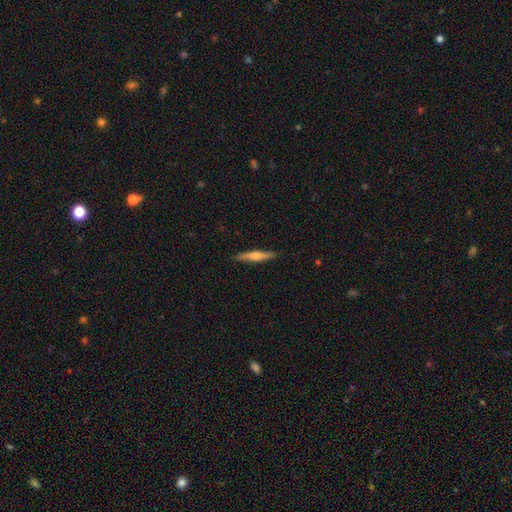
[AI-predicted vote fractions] smooth-or-featured: smooth: 49% | featured or disk: 46% | star or artifact: 6%
  merging: none: 90% | minor disturbance: 7% | major disturbance: 2% | merger: 1%